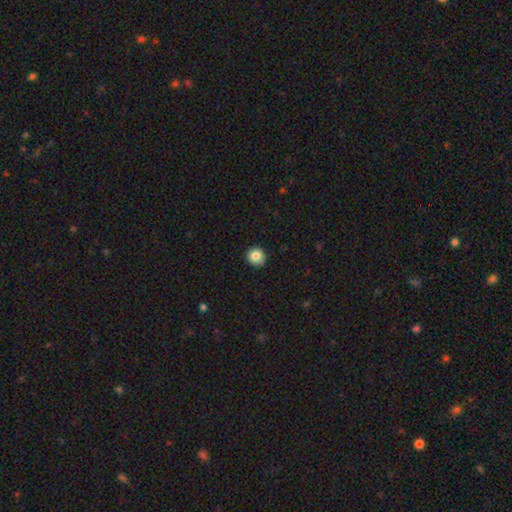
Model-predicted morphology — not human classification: Smooth or featured? smooth (84%)
How rounded? round (89%)
Merging? none (90%)